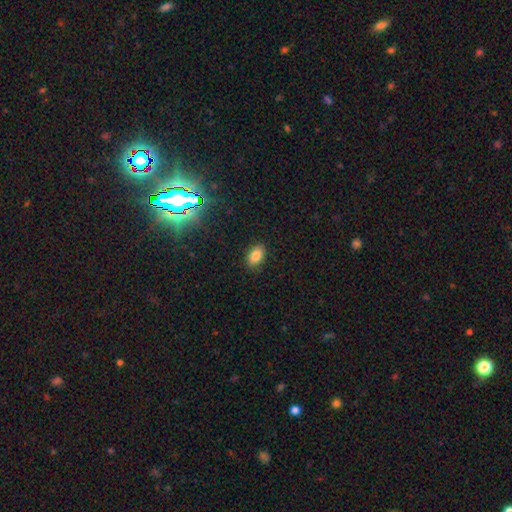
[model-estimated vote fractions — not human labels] Q: Smooth or featured?
A: smooth (83%); runner-up: star or artifact (11%)
Q: How rounded?
A: in between (90%); runner-up: round (9%)
Q: Merging?
A: none (88%); runner-up: minor disturbance (9%)